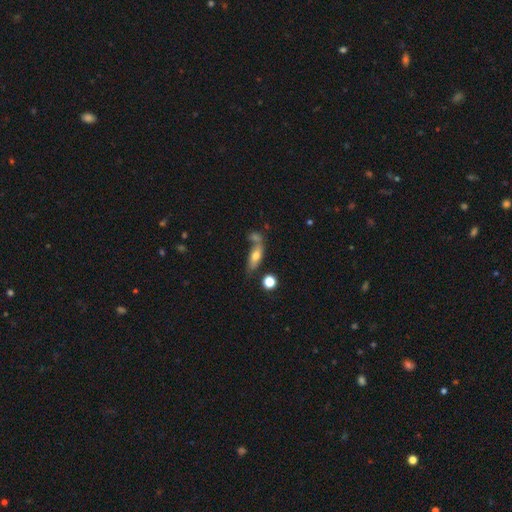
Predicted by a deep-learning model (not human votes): Smooth or featured?
  - smooth: 63% *
  - featured or disk: 28%
  - star or artifact: 9%
How rounded?
  - in between: 65% *
  - cigar-shaped: 29%
  - round: 6%
Merging?
  - none: 46% *
  - merger: 30%
  - minor disturbance: 15%
  - major disturbance: 8%